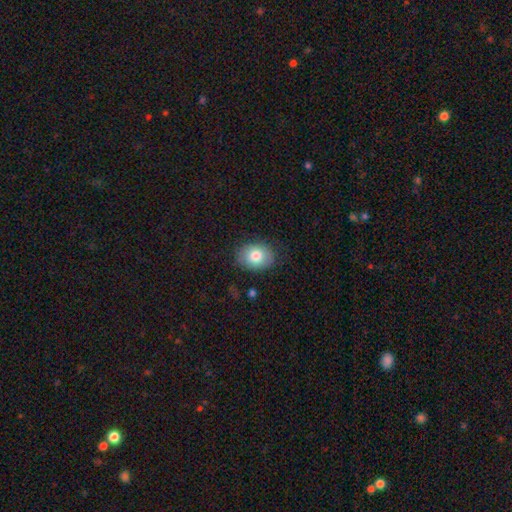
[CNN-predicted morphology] smooth_or_featured: smooth (p=0.79) [alt: featured or disk p=0.13]
how_rounded: in between (p=0.64) [alt: round p=0.36]
merging: none (p=0.83) [alt: minor disturbance p=0.13]